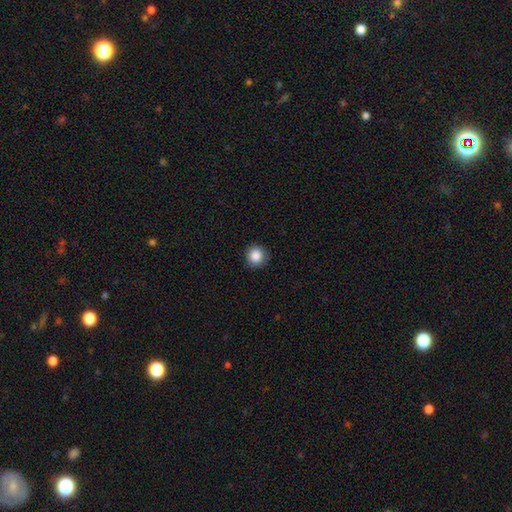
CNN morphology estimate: Smooth or featured?
  - smooth: 87% *
  - star or artifact: 9%
  - featured or disk: 4%
How rounded?
  - round: 93% *
  - in between: 7%
  - cigar-shaped: 1%
Merging?
  - none: 89% *
  - minor disturbance: 8%
  - major disturbance: 2%
  - merger: 1%